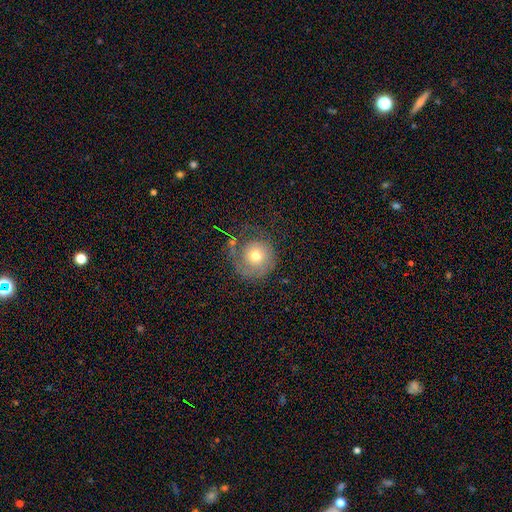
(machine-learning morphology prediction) smooth 58%, featured or disk 31%, star or artifact 11%. Down the decision tree: how rounded — round (93%); merging — none (55%).